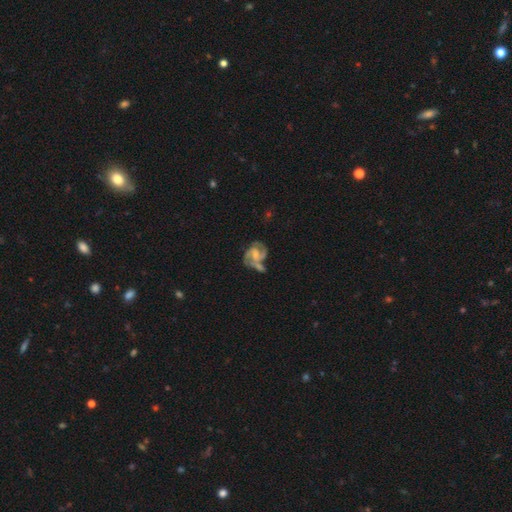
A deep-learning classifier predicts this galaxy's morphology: Overall: featured or disk (79%). Edge-on disk: no (98%). Bar: no (49%; weak 40%). Spiral arms: yes (90%). Spiral arm count: 2 (46%; 3 27%). Spiral winding: medium (50%; tight 34%). Bulge size: moderate (39%, tied with small). Merging: none (36%; merger 27%).